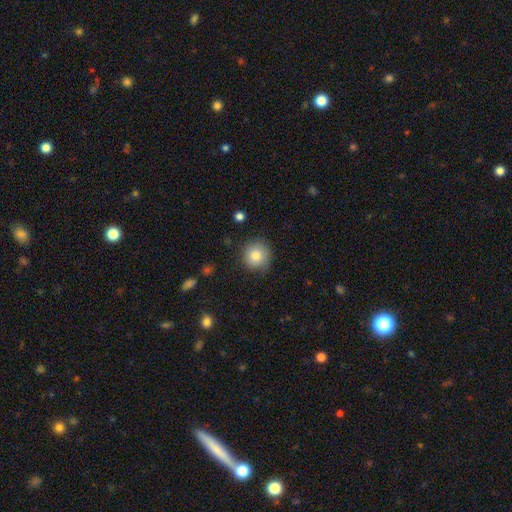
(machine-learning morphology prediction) Overall: smooth (82%). How rounded: round (92%). Merging: none (82%).